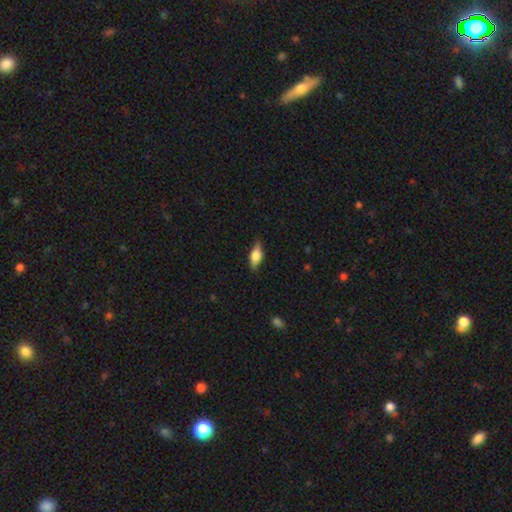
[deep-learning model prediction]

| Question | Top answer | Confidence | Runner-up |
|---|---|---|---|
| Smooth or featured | smooth | 63% | featured or disk (30%) |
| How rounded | in between | 75% | cigar-shaped (21%) |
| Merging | none | 81% | minor disturbance (15%) |